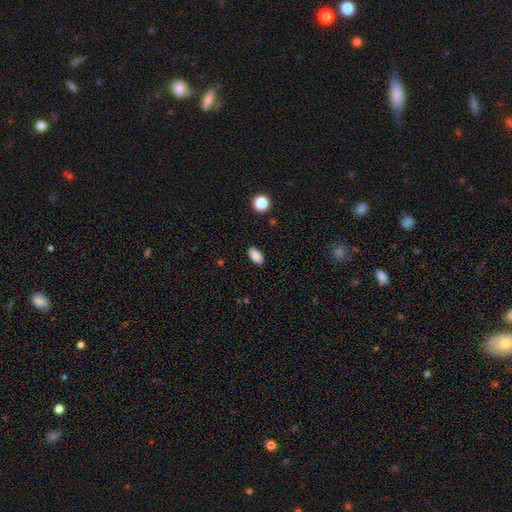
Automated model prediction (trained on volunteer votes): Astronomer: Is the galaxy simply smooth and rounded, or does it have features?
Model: smooth — 87%.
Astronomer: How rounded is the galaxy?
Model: in between — 92%.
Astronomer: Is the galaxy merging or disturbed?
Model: none — 88%.